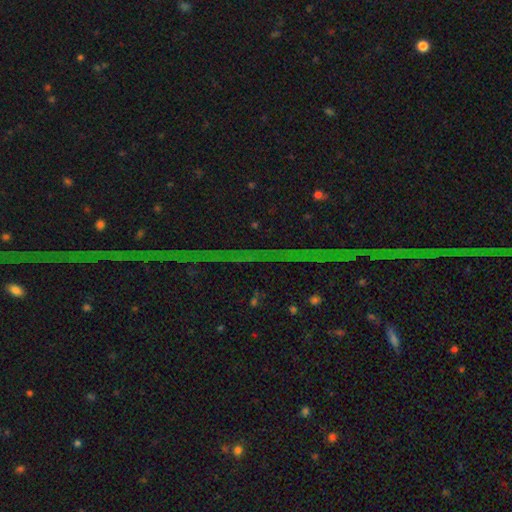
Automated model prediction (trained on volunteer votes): Smooth or featured?
  - star or artifact: 85% *
  - featured or disk: 9%
  - smooth: 6%